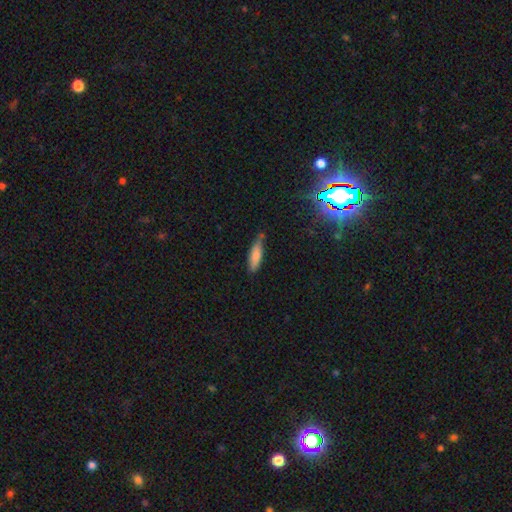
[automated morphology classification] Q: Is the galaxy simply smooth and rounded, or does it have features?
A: smooth — 79%.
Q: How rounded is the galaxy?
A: cigar-shaped — 57%.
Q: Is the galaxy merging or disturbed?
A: none — 61%.